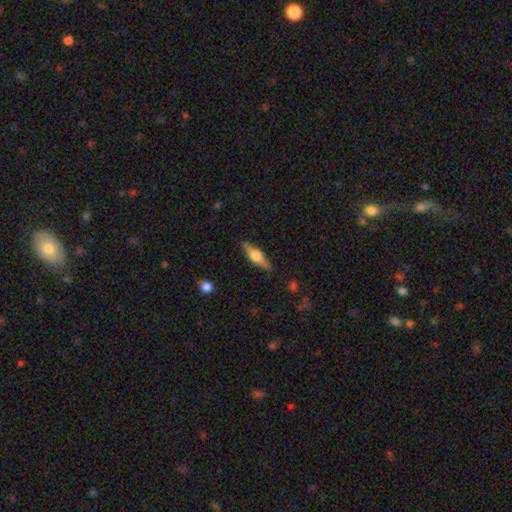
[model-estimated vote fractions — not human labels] This appears to be a featured or disk galaxy (47%, tied with smooth). Merging: none (85%).